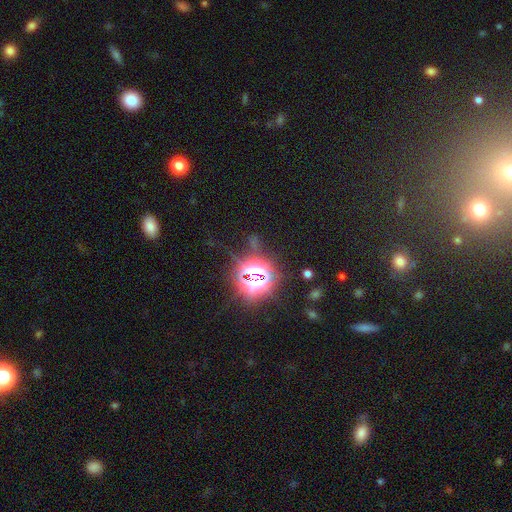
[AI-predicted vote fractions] Smooth or featured?
  - star or artifact: 77% *
  - smooth: 16%
  - featured or disk: 8%